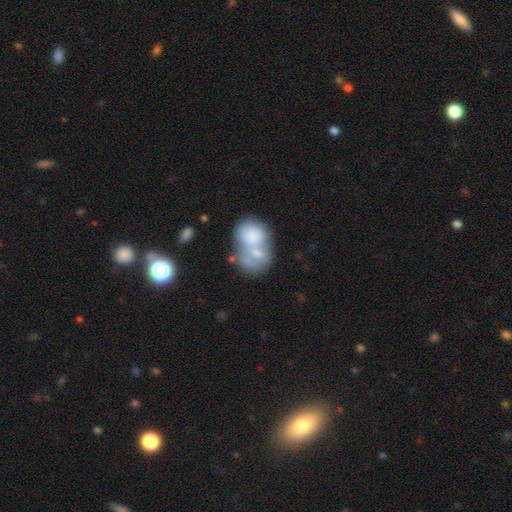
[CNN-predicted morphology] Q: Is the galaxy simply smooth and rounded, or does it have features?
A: smooth — 63%.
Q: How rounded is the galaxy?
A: in between — 53%.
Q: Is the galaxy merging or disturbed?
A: merger — 71%.